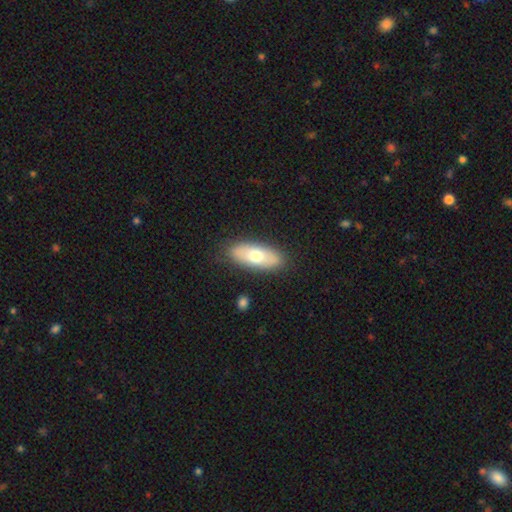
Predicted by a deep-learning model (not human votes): A smooth galaxy with no disk features (66%) that is in between round and cigar-shaped (77%). Merging: none (86%).